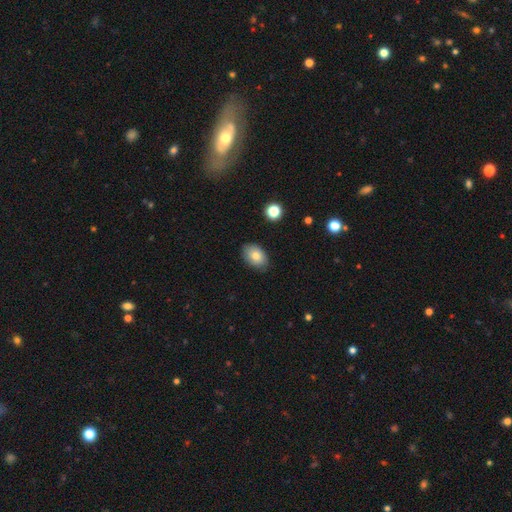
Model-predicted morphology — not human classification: Smooth or featured? Predicted: smooth (p=0.78). How rounded? Predicted: in between (p=0.83). Merging? Predicted: none (p=0.82).